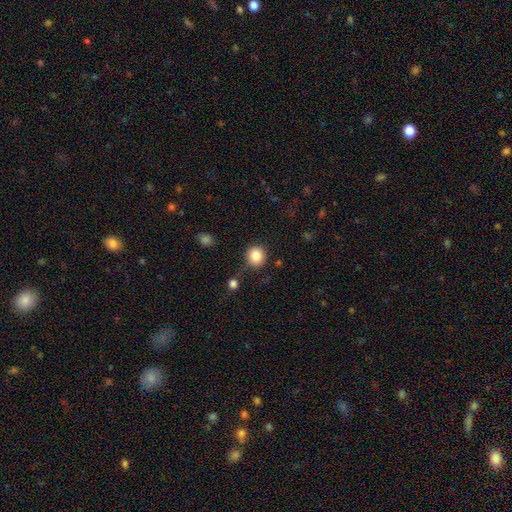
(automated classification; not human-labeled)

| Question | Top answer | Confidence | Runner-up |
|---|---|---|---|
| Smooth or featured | smooth | 84% | star or artifact (10%) |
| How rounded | round | 90% | in between (9%) |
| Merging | none | 84% | minor disturbance (10%) |